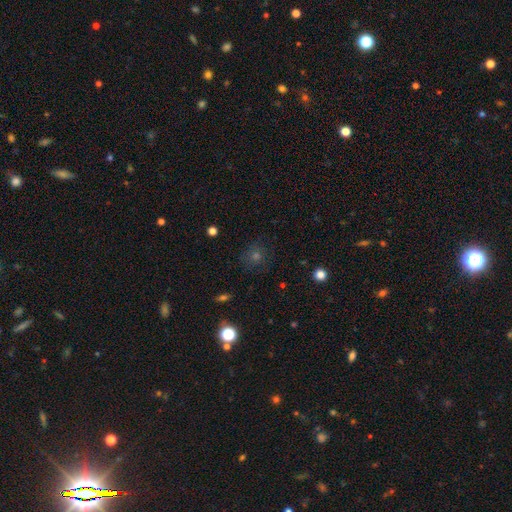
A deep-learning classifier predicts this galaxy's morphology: smooth-or-featured: smooth: 53% | star or artifact: 34% | featured or disk: 14%
  how-rounded: round: 88% | in between: 10% | cigar-shaped: 1%
  merging: none: 83% | minor disturbance: 11% | major disturbance: 4% | merger: 2%